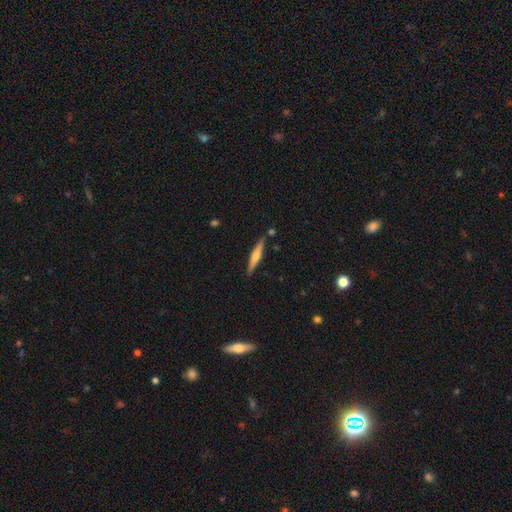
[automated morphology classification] Overall: featured or disk (54%; smooth 41%). Edge-on disk: yes (97%). Edge-on bulge: rounded (76%). Merging: none (86%).